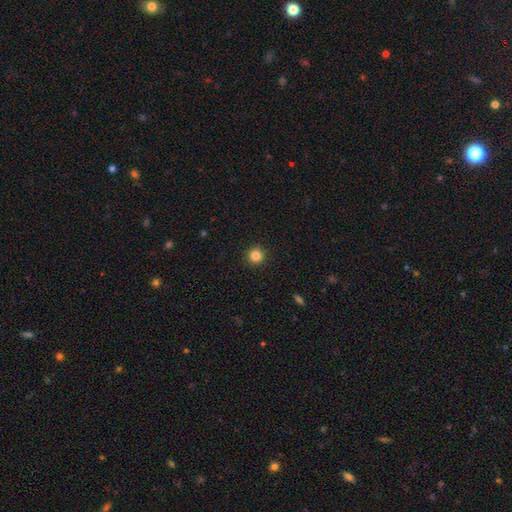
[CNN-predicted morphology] Smooth or featured? smooth (84%)
How rounded? round (95%)
Merging? none (92%)